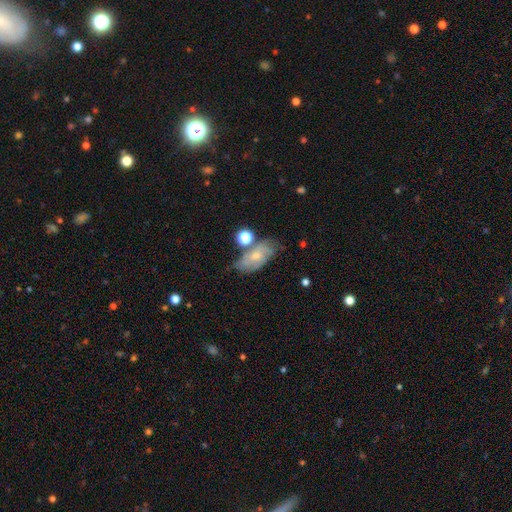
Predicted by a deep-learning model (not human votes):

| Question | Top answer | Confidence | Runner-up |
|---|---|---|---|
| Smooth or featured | featured or disk | 50% | smooth (41%) |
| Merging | none | 50% | minor disturbance (25%) |